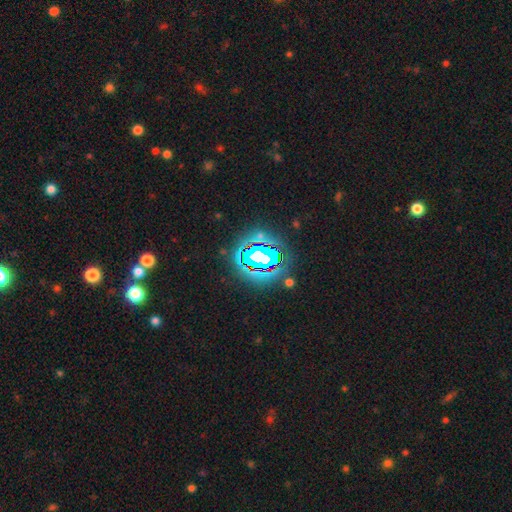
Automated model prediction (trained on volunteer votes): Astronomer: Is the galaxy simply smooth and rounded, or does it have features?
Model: star or artifact — 81%.